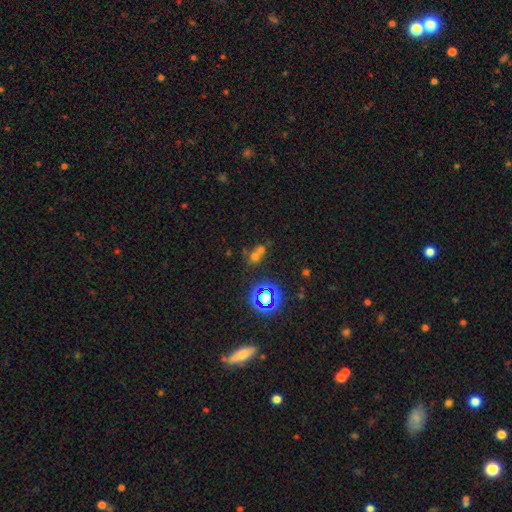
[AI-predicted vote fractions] This appears to be a smooth galaxy with no disk features (47%). Merging: merger (47%).